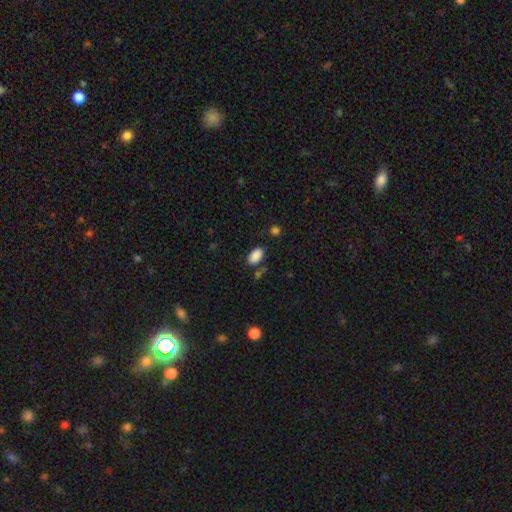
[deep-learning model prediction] Smooth or featured: smooth — 88% (star or artifact — 8%)
How rounded: in between — 93% (round — 5%)
Merging: none — 79% (minor disturbance — 12%)